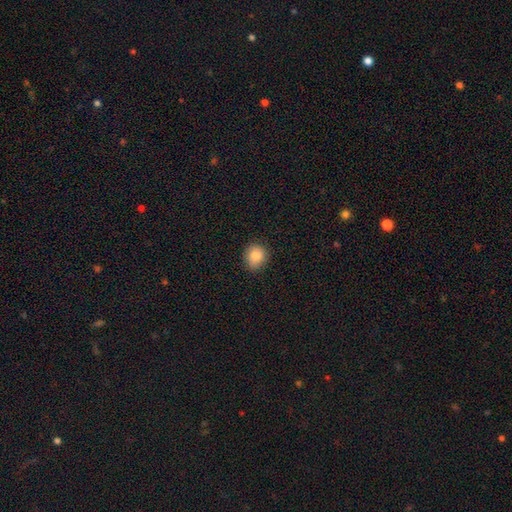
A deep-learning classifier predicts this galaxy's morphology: smooth-or-featured: smooth: 86% | star or artifact: 9% | featured or disk: 5%
  how-rounded: round: 75% | in between: 24% | cigar-shaped: 1%
  merging: none: 84% | minor disturbance: 13% | major disturbance: 2% | merger: 1%